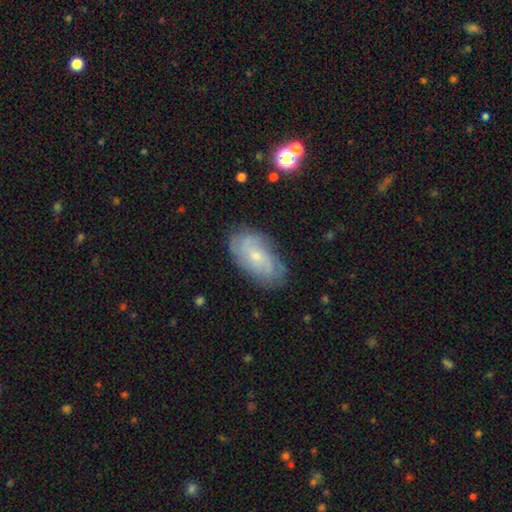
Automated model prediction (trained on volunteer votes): Smooth or featured? featured or disk (63%)
Edge-on disk? no (94%)
Bar? no (70%)
Spiral arms? yes (86%)
Spiral winding? tight (51%)
Spiral arm count? can't tell (47%)
Bulge size? small (70%)
Merging? none (76%)